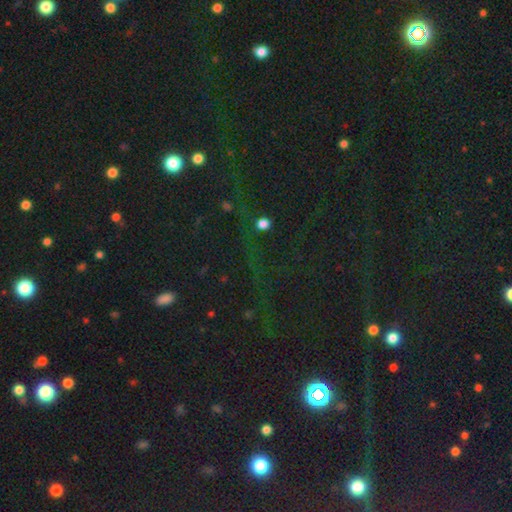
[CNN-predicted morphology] Smooth or featured? star or artifact (73%)